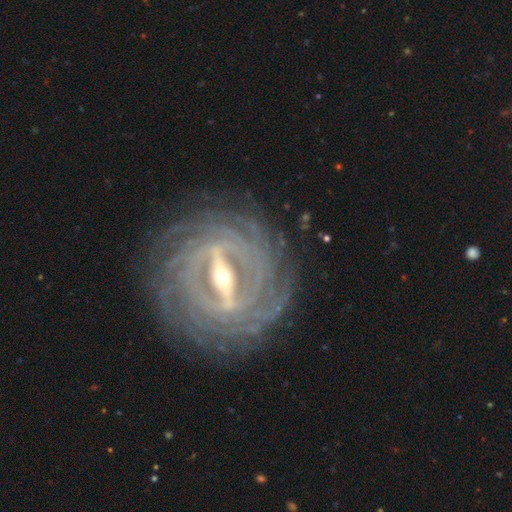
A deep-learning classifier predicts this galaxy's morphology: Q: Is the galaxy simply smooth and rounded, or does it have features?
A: featured or disk — 91%.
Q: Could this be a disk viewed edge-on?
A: no — 85%.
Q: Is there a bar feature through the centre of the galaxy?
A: strong — 80%.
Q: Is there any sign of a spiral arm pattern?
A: yes — 92%.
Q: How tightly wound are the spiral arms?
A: tight — 86%.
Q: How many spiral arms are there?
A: can't tell — 30%.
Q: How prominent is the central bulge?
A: moderate — 57%.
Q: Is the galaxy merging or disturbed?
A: none — 86%.